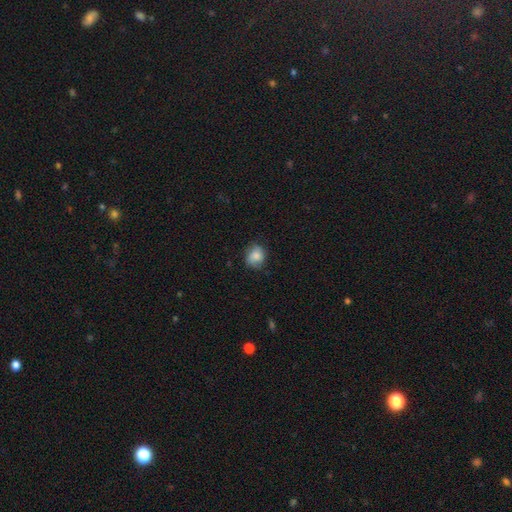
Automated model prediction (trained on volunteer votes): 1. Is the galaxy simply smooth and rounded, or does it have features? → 77% smooth, 14% featured or disk, 9% star or artifact.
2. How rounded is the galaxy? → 70% round, 29% in between, 1% cigar-shaped.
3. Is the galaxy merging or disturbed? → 72% none, 22% minor disturbance, 5% major disturbance, 1% merger.